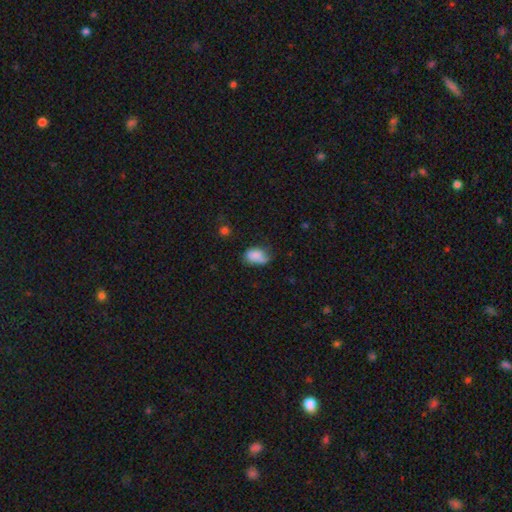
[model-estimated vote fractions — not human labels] Smooth or featured? smooth (79%)
How rounded? in between (83%)
Merging? none (42%)